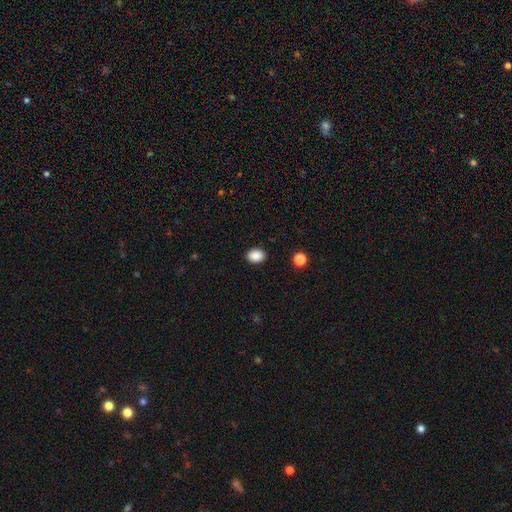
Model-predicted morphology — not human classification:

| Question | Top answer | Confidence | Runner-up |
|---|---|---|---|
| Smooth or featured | smooth | 89% | star or artifact (9%) |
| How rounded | in between | 65% | round (34%) |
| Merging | none | 90% | minor disturbance (7%) |